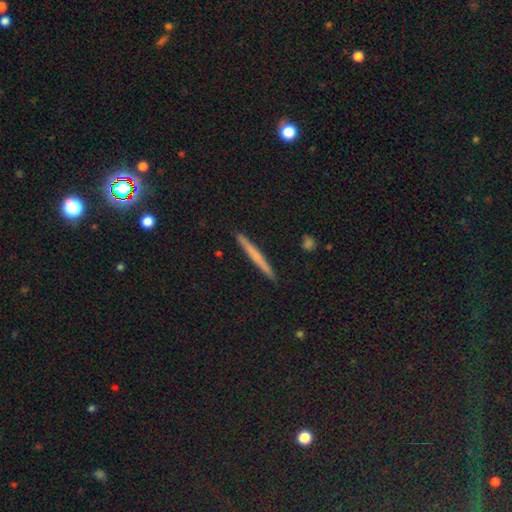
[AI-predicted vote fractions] Morphology: type=smooth (54%); roundness=cigar-shaped (97%); merging=none (92%).